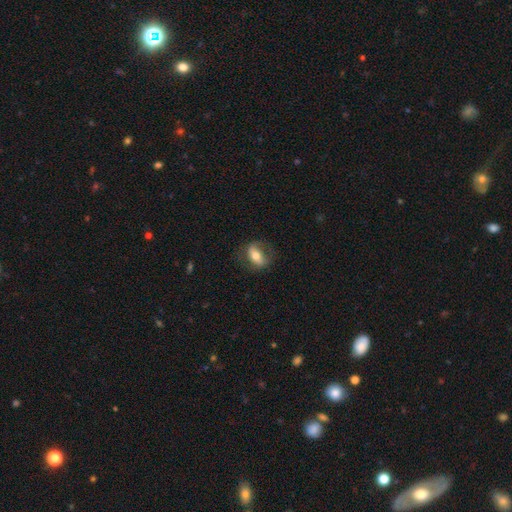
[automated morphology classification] Smooth or featured: smooth — 50% (featured or disk — 42%)
How rounded: in between — 77% (round — 17%)
Merging: none — 67% (minor disturbance — 20%)